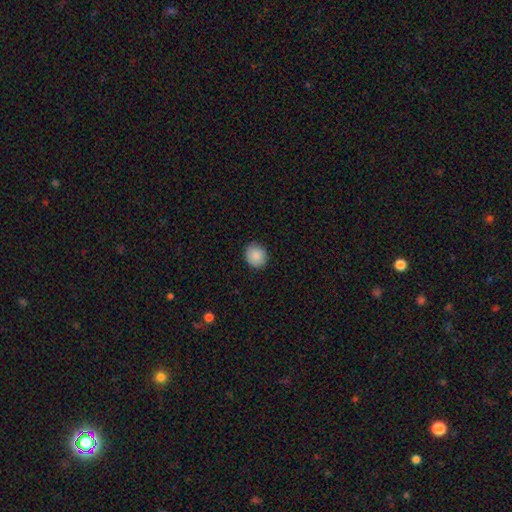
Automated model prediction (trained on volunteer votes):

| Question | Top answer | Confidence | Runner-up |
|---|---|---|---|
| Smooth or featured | smooth | 88% | star or artifact (8%) |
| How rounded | round | 80% | in between (19%) |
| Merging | none | 87% | minor disturbance (10%) |